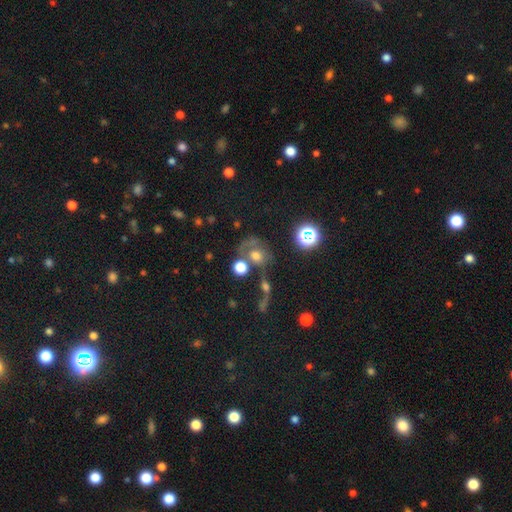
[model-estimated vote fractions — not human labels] This appears to be a smooth galaxy with no disk features (49%). Merging: none (35%).